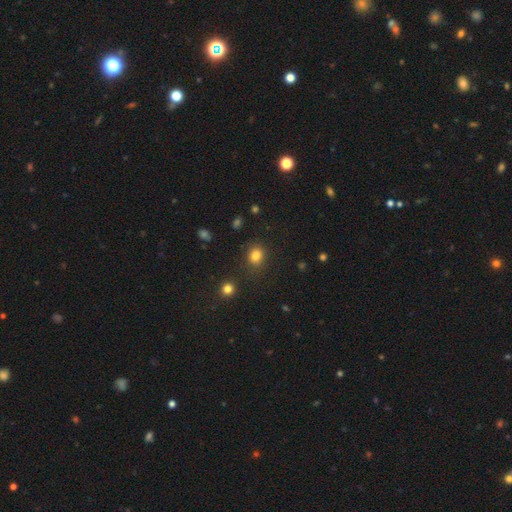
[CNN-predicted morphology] smooth 82%, star or artifact 13%, featured or disk 6%. Down the decision tree: how rounded — round (68%); merging — none (82%).